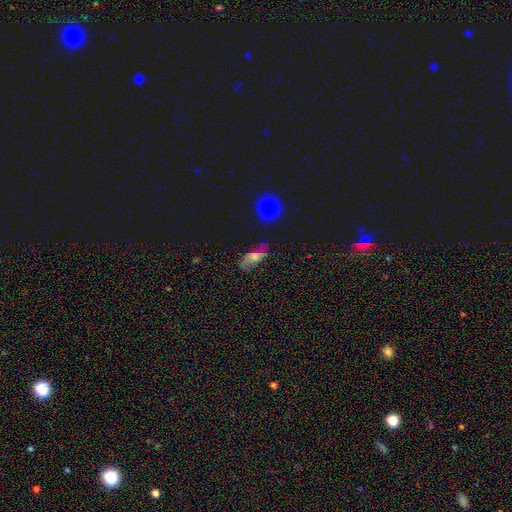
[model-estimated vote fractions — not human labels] smooth_or_featured: featured or disk (p=0.43) [alt: smooth p=0.41]
merging: none (p=0.68) [alt: minor disturbance p=0.20]